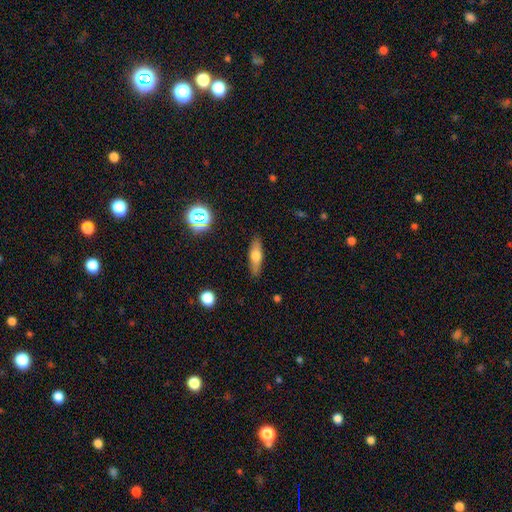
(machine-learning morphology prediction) Smooth or featured: smooth — 60% (featured or disk — 31%)
How rounded: cigar-shaped — 51% (in between — 45%)
Merging: none — 86% (minor disturbance — 10%)